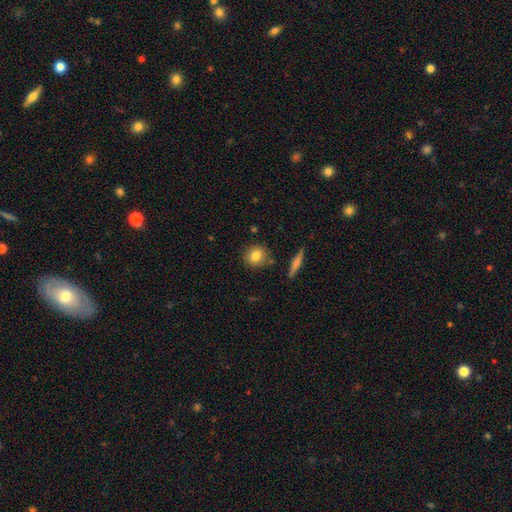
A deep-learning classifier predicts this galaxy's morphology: A smooth galaxy with no disk features (81%) that is round (83%). Merging: none (84%).